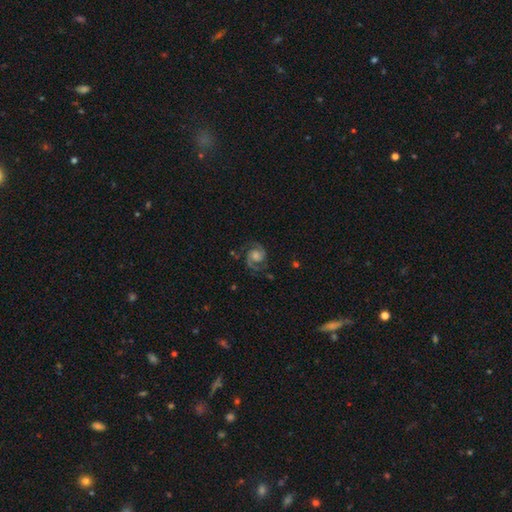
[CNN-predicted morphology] featured or disk 85%, smooth 8%, star or artifact 7%. Down the decision tree: edge-on disk — no (98%); bar — no (63%); spiral arms — yes (97%); spiral arm count — 2 (92%); spiral winding — medium (52%); bulge size — moderate (45%); merging — none (78%).